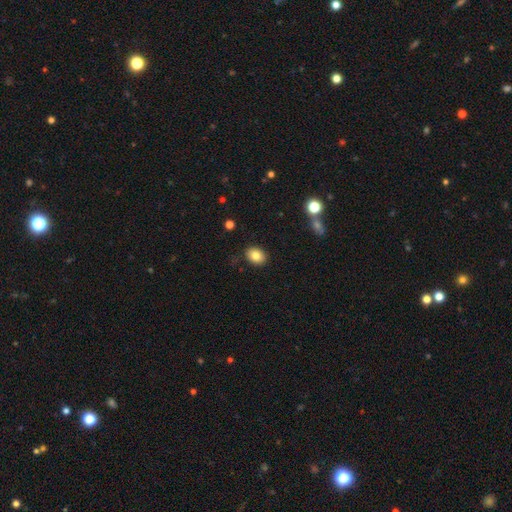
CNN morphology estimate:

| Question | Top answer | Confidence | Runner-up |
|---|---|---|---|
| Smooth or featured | smooth | 83% | star or artifact (9%) |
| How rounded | in between | 65% | round (34%) |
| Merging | none | 87% | minor disturbance (9%) |